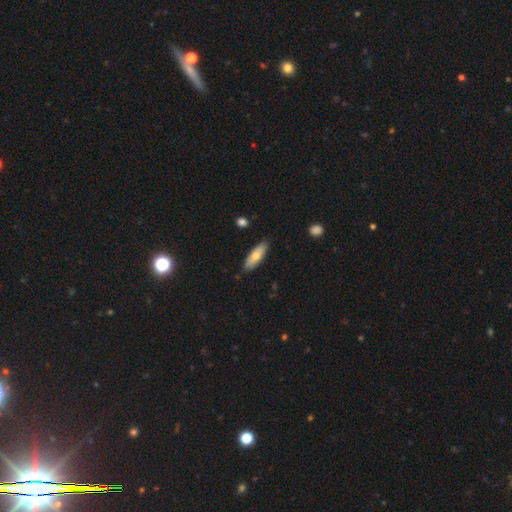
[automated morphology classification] This appears to be a smooth galaxy with no disk features (70%) that is in between round and cigar-shaped (61%). Merging: none (85%).